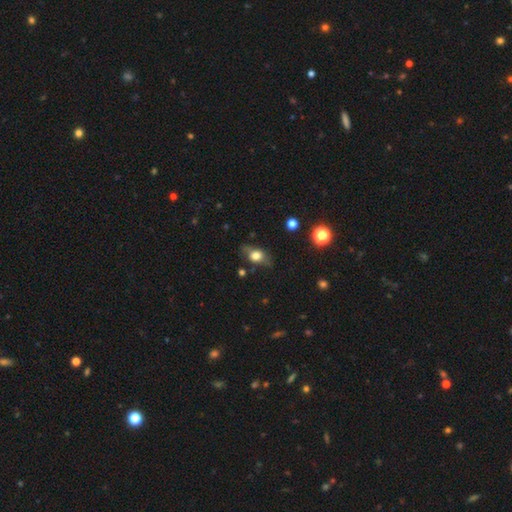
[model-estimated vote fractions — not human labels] The model was most divided on "smooth or featured": smooth: 64%, featured or disk: 26%, star or artifact: 10%. More confident: merging — none (70%); how rounded — in between (68%).